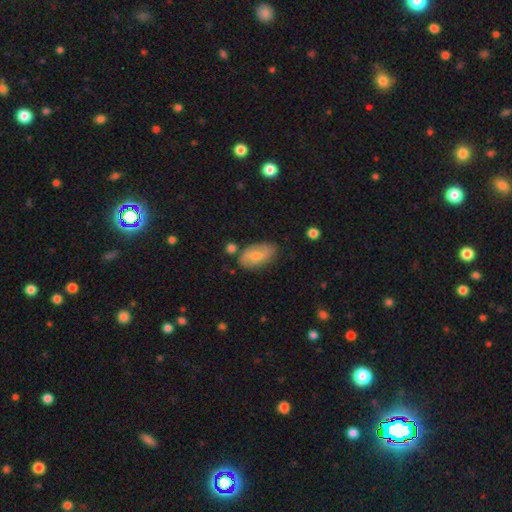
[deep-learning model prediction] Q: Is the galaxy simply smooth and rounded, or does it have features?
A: smooth — 51%.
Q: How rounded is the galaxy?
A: in between — 91%.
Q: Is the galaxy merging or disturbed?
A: none — 67%.